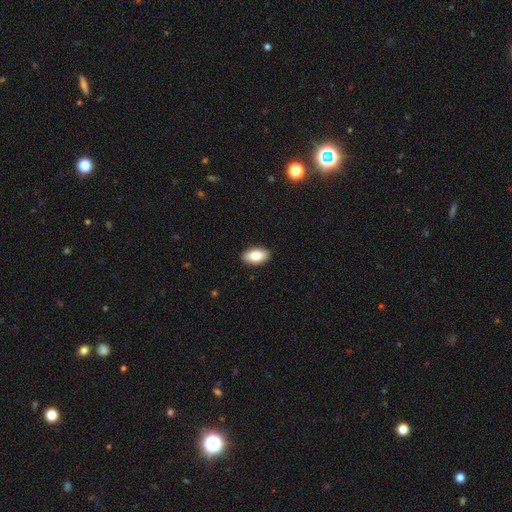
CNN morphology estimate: Q: Smooth or featured?
A: smooth (84%); runner-up: featured or disk (10%)
Q: How rounded?
A: in between (94%); runner-up: round (4%)
Q: Merging?
A: none (90%); runner-up: minor disturbance (7%)